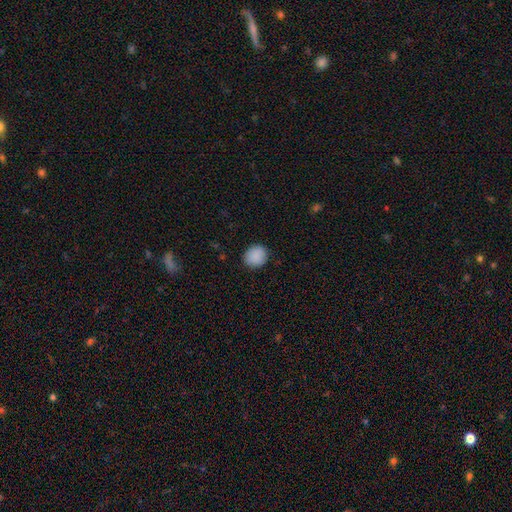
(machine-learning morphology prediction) Smooth or featured? smooth (89%)
How rounded? round (77%)
Merging? none (87%)